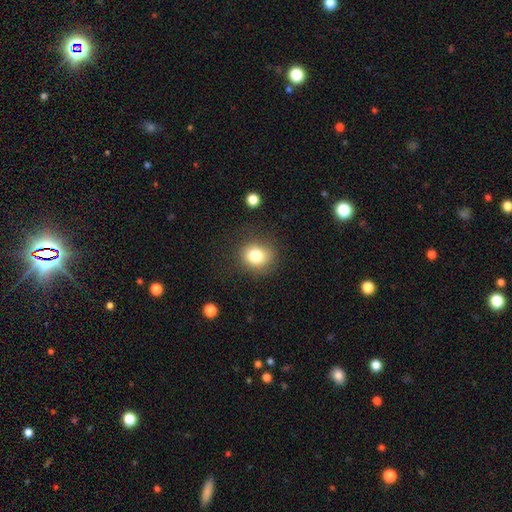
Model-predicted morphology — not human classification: A smooth galaxy with no disk features (80%) that is round (75%).

Vote fractions:
- Smooth or featured? smooth: 80% / star or artifact: 11% / featured or disk: 9%
- How rounded? round: 75% / in between: 24% / cigar-shaped: 1%
- Merging? none: 79% / minor disturbance: 14% / major disturbance: 5% / merger: 2%